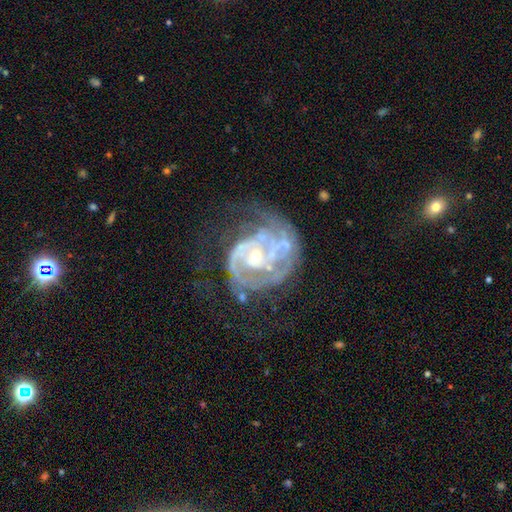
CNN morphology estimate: Overall: featured or disk (87%). Edge-on disk: no (98%). Bar: no (70%). Spiral arms: yes (90%). Spiral arm count: 2 (37%; can't tell 27%). Spiral winding: tight (54%; medium 34%). Bulge size: small (60%; moderate 34%). Merging: none (37%; major disturbance 35%).